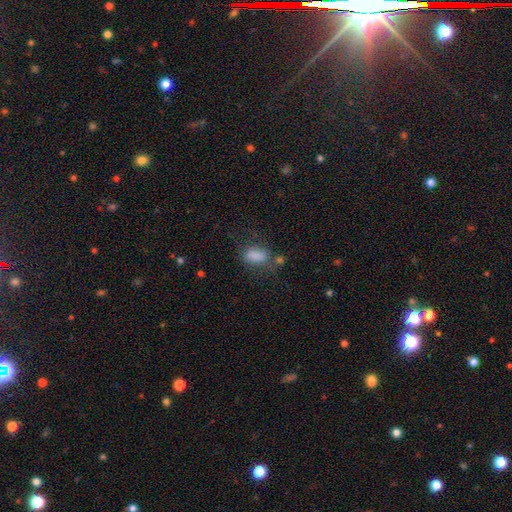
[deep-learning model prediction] Smooth or featured?
  - smooth: 80% *
  - star or artifact: 11%
  - featured or disk: 9%
How rounded?
  - in between: 85% *
  - round: 9%
  - cigar-shaped: 6%
Merging?
  - none: 51% *
  - minor disturbance: 23%
  - major disturbance: 16%
  - merger: 10%